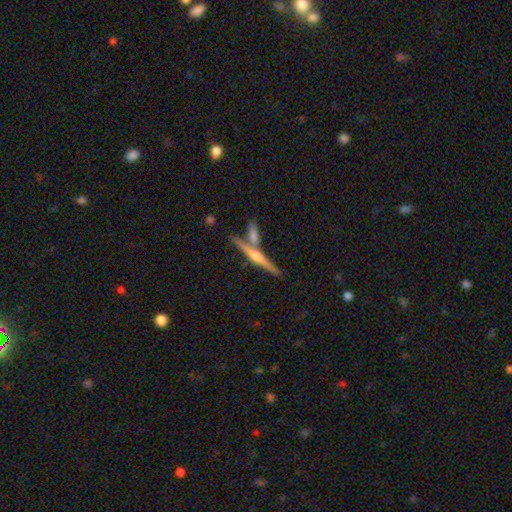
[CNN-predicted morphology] smooth-or-featured: featured or disk: 76% | smooth: 17% | star or artifact: 7%
  disk-edge-on: yes: 98% | no: 2%
    edge-on-bulge: rounded: 85% | none: 8% | boxy: 7%
  merging: none: 74% | merger: 15% | minor disturbance: 8% | major disturbance: 2%